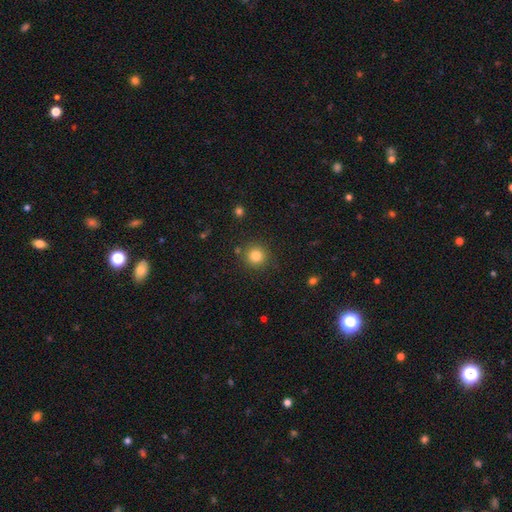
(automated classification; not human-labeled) A smooth galaxy with no disk features (82%) that is round (94%).

Vote fractions:
- Smooth or featured? smooth: 82% / star or artifact: 12% / featured or disk: 6%
- How rounded? round: 94% / in between: 5% / cigar-shaped: 1%
- Merging? none: 88% / minor disturbance: 7% / merger: 3% / major disturbance: 3%